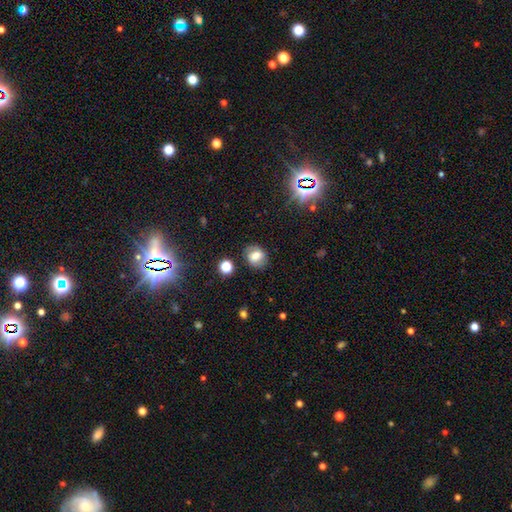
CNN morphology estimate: smooth_or_featured: smooth (p=0.60) [alt: featured or disk p=0.26]
how_rounded: round (p=0.54) [alt: in between p=0.45]
merging: none (p=0.79) [alt: minor disturbance p=0.14]